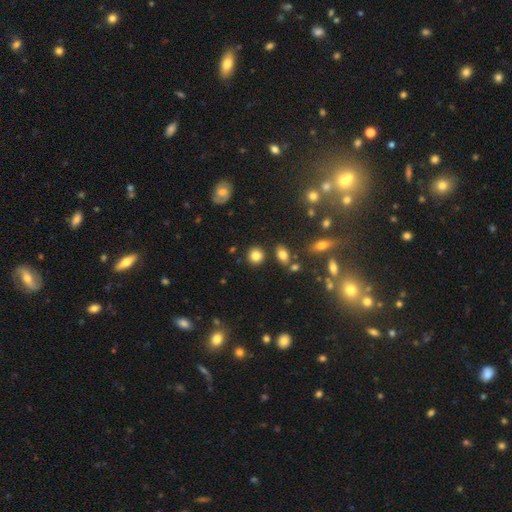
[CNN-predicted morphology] The model was most divided on "smooth or featured": smooth: 83%, star or artifact: 11%, featured or disk: 7%. More confident: how rounded — round (85%); merging — none (85%).